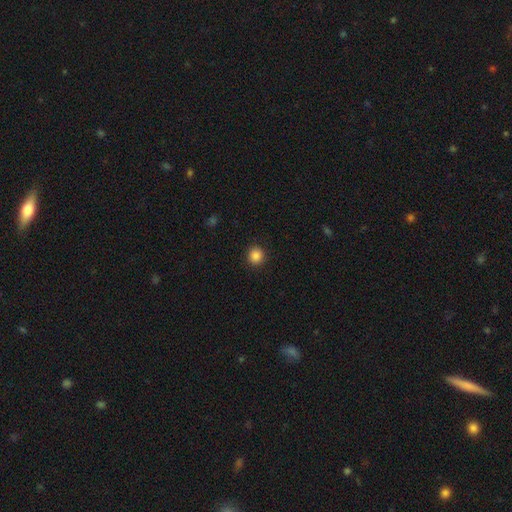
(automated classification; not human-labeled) smooth_or_featured: smooth (p=0.87) [alt: star or artifact p=0.10]
how_rounded: round (p=0.91) [alt: in between p=0.08]
merging: none (p=0.92) [alt: minor disturbance p=0.05]